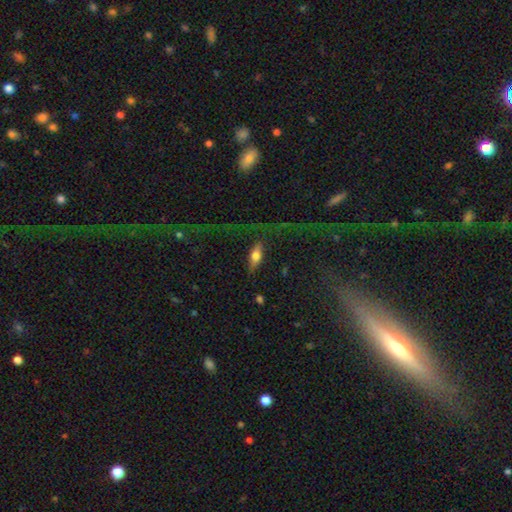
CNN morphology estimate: The model was most divided on "smooth or featured": smooth: 57%, featured or disk: 34%, star or artifact: 8%. More confident: how rounded — in between (70%); merging — none (69%).